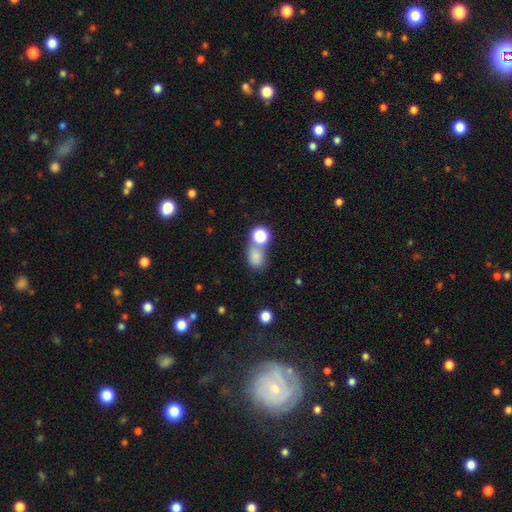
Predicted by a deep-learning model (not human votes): smooth_or_featured: smooth (p=0.78) [alt: star or artifact p=0.14]
how_rounded: in between (p=0.57) [alt: round p=0.41]
merging: none (p=0.43) [alt: merger p=0.36]